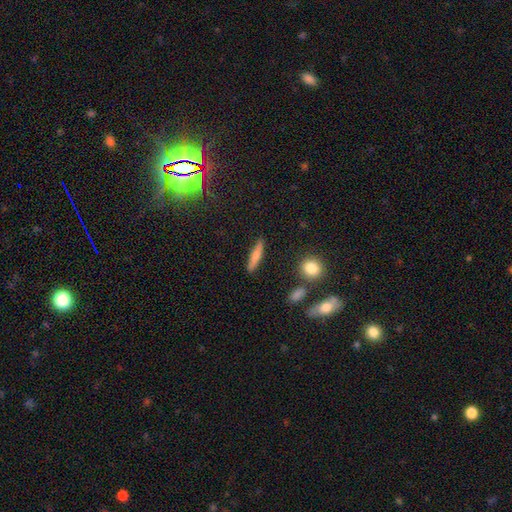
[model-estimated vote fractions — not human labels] Smooth or featured? smooth (69%)
How rounded? cigar-shaped (85%)
Merging? none (89%)